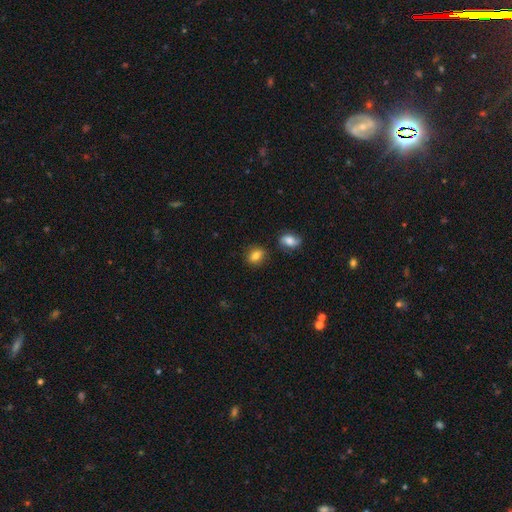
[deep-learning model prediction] Morphology: type=smooth (82%); roundness=in between (57%); merging=none (80%).